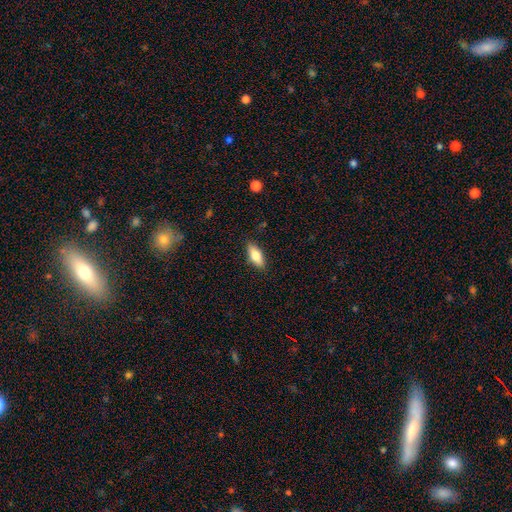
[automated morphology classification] Smooth or featured: smooth — 73% (featured or disk — 21%)
How rounded: in between — 74% (cigar-shaped — 23%)
Merging: none — 87% (minor disturbance — 10%)